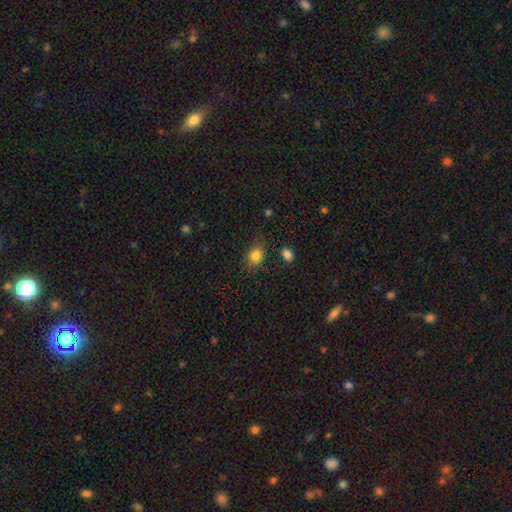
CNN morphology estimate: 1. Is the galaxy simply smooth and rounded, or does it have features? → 82% smooth, 12% star or artifact, 6% featured or disk.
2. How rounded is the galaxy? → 57% round, 42% in between, 1% cigar-shaped.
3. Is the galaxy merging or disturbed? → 72% none, 20% minor disturbance, 6% major disturbance, 2% merger.